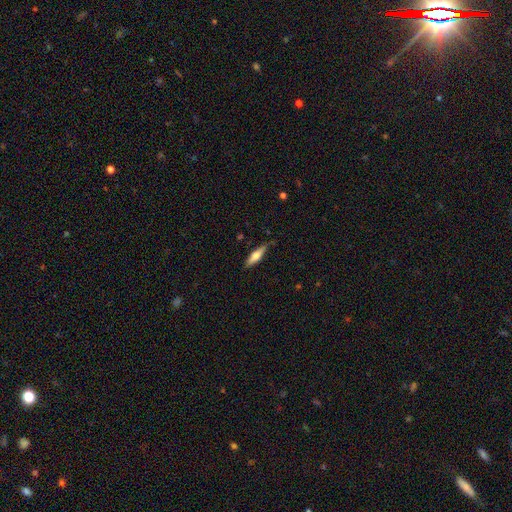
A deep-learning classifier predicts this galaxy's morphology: This appears to be a smooth galaxy with no disk features (59%) that is cigar-shaped (68%). Merging: none (73%).